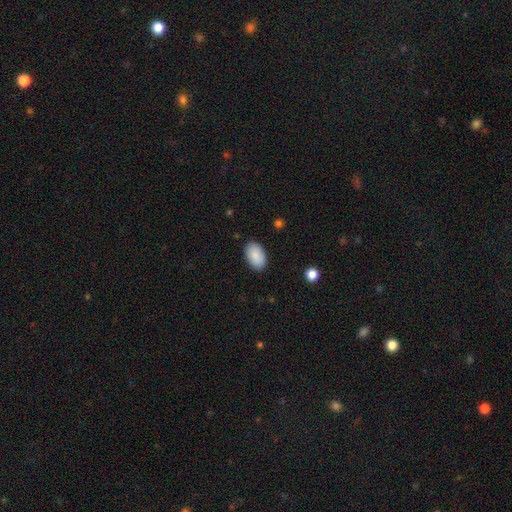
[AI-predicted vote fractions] smooth_or_featured: smooth (p=0.90) [alt: star or artifact p=0.06]
how_rounded: in between (p=0.93) [alt: round p=0.05]
merging: none (p=0.88) [alt: minor disturbance p=0.09]